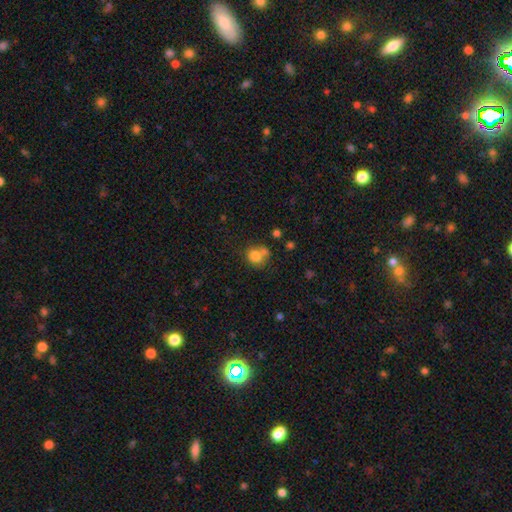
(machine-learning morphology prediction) Smooth or featured?
  - smooth: 78% *
  - star or artifact: 11%
  - featured or disk: 11%
How rounded?
  - round: 74% *
  - in between: 25%
  - cigar-shaped: 1%
Merging?
  - none: 47% *
  - merger: 29%
  - minor disturbance: 17%
  - major disturbance: 7%